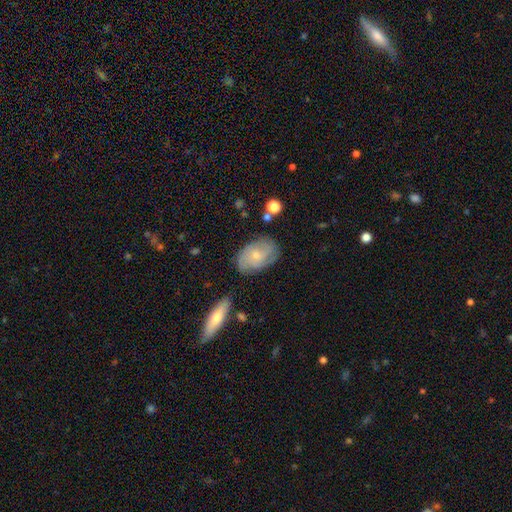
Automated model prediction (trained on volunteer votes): smooth-or-featured: smooth: 48% | featured or disk: 46% | star or artifact: 7%
  merging: none: 70% | minor disturbance: 21% | major disturbance: 6% | merger: 3%